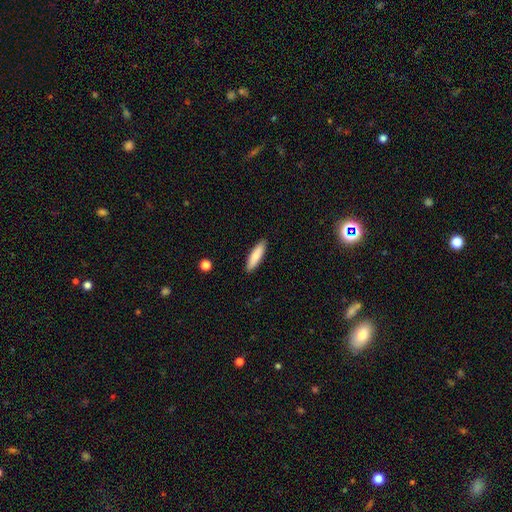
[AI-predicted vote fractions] Smooth or featured?
  - smooth: 83% *
  - featured or disk: 11%
  - star or artifact: 6%
How rounded?
  - cigar-shaped: 69% *
  - in between: 30%
  - round: 1%
Merging?
  - none: 90% *
  - minor disturbance: 8%
  - major disturbance: 2%
  - merger: 1%